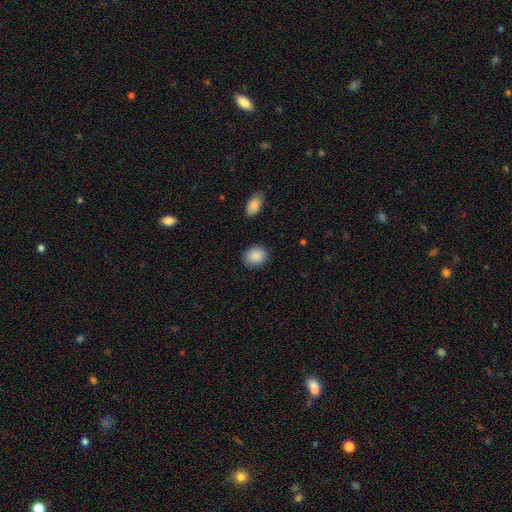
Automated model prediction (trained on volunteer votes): smooth 89%, star or artifact 7%, featured or disk 4%. Down the decision tree: how rounded — round (61%); merging — none (88%).